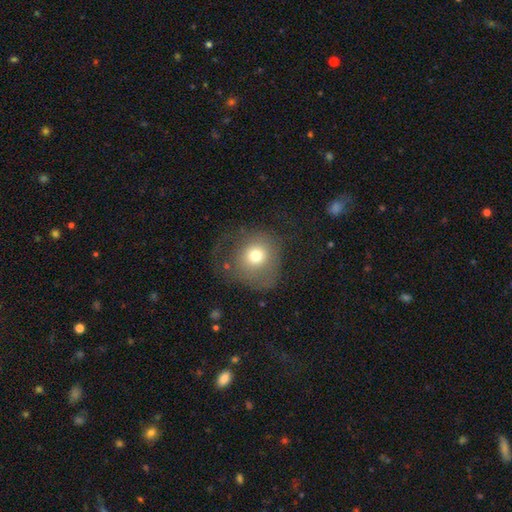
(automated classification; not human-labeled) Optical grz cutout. It shows a smooth galaxy with no disk features (67%) that is round (81%). Merging: none (43%).